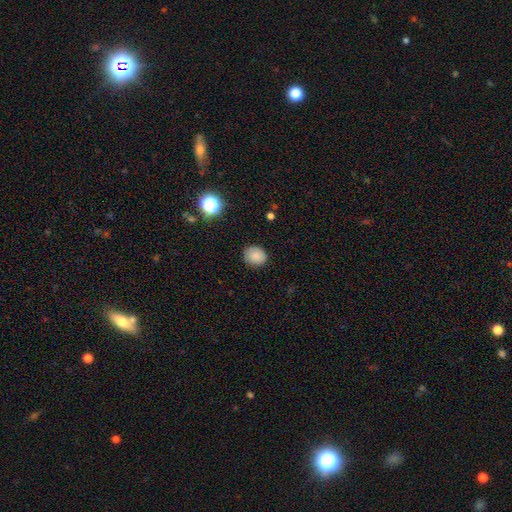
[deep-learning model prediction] Morphology: type=smooth (84%); roundness=round (64%); merging=none (84%).